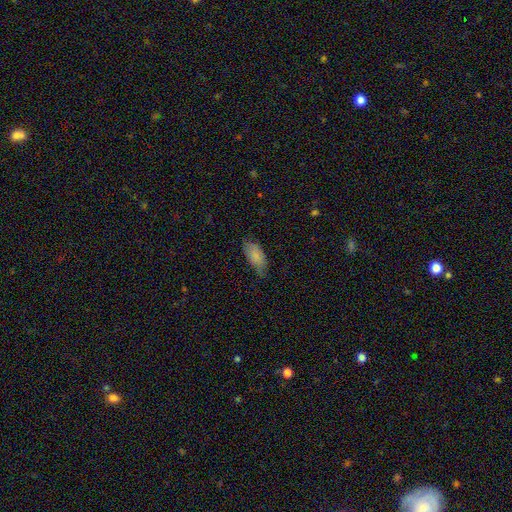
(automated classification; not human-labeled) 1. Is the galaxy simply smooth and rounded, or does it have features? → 82% smooth, 11% featured or disk, 7% star or artifact.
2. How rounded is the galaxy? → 91% in between, 7% cigar-shaped, 2% round.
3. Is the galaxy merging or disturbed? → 61% none, 31% minor disturbance, 7% major disturbance, 1% merger.